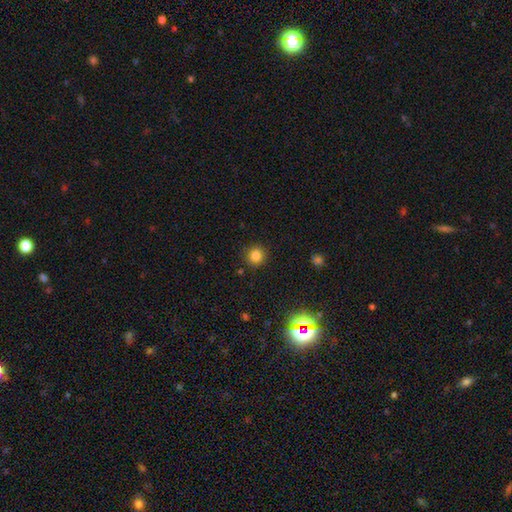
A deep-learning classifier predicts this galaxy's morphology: smooth_or_featured: smooth (p=0.81) [alt: star or artifact p=0.14]
how_rounded: round (p=0.92) [alt: in between p=0.07]
merging: none (p=0.90) [alt: minor disturbance p=0.07]